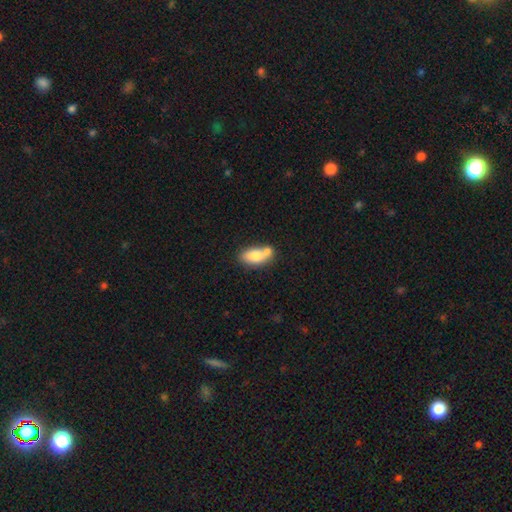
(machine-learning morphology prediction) Smooth or featured: smooth — 76% (featured or disk — 17%)
How rounded: in between — 86% (cigar-shaped — 8%)
Merging: merger — 40% (none — 39%)